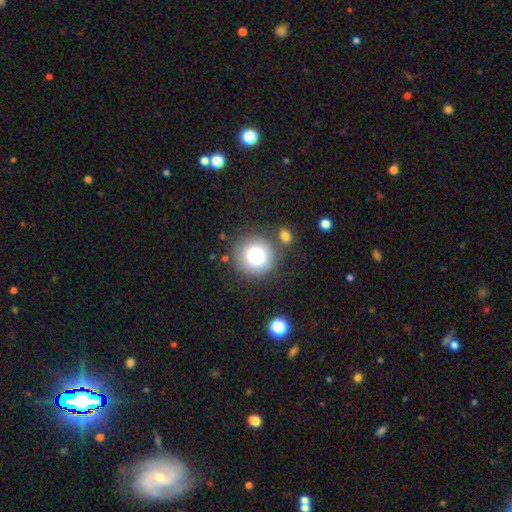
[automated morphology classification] smooth_or_featured: smooth (p=0.78) [alt: star or artifact p=0.11]
how_rounded: round (p=0.94) [alt: in between p=0.05]
merging: none (p=0.79) [alt: minor disturbance p=0.09]